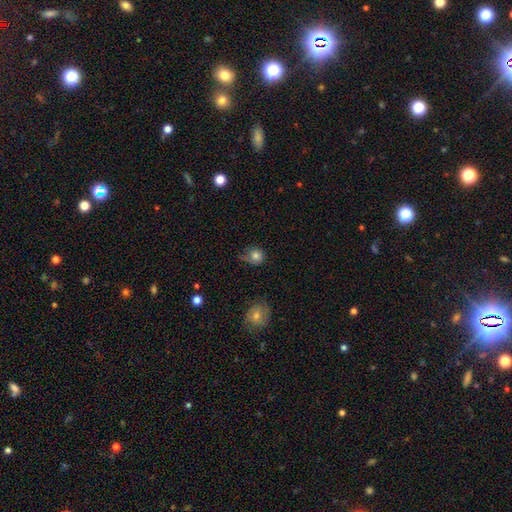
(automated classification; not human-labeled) A smooth galaxy with no disk features (78%) that is round (80%). Merging: none (47%).